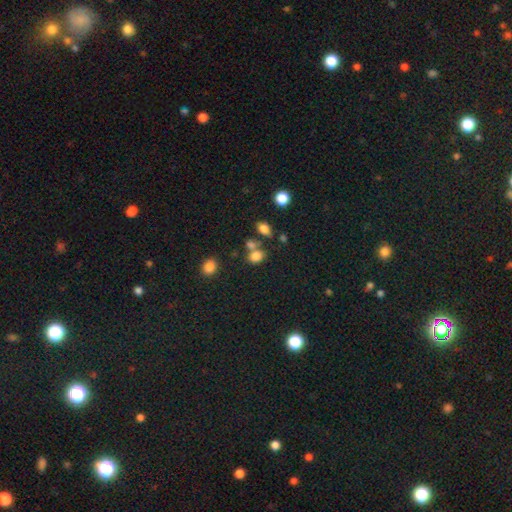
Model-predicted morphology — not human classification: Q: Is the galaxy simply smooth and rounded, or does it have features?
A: smooth — 79%.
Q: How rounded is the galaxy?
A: in between — 65%.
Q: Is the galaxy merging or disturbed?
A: none — 48%.